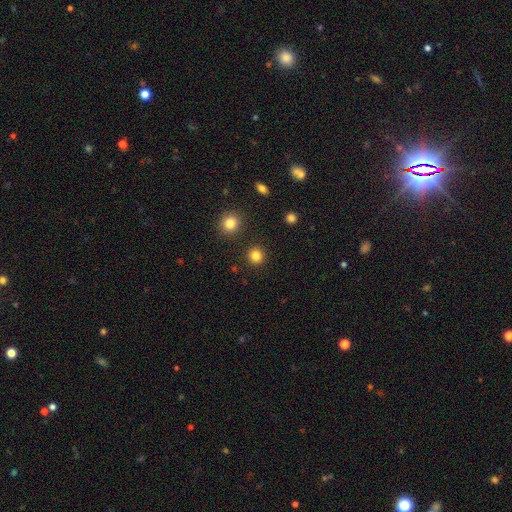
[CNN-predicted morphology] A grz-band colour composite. It shows a smooth galaxy with no disk features (83%) that is round (94%). Merging: none (92%).